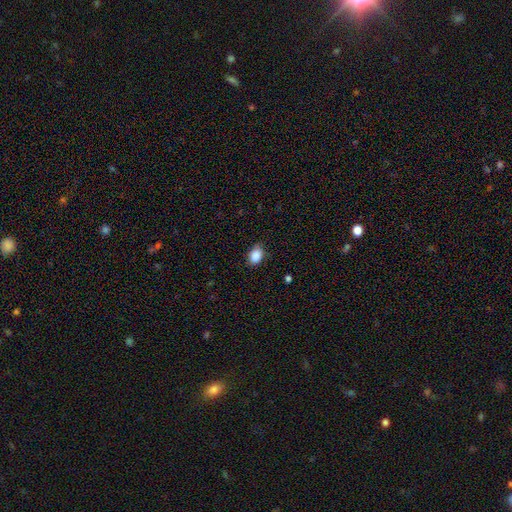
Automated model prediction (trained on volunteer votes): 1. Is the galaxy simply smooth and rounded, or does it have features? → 88% smooth, 8% star or artifact, 4% featured or disk.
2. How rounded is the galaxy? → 78% in between, 21% round, 1% cigar-shaped.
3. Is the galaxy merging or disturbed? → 76% none, 19% minor disturbance, 4% major disturbance, 1% merger.